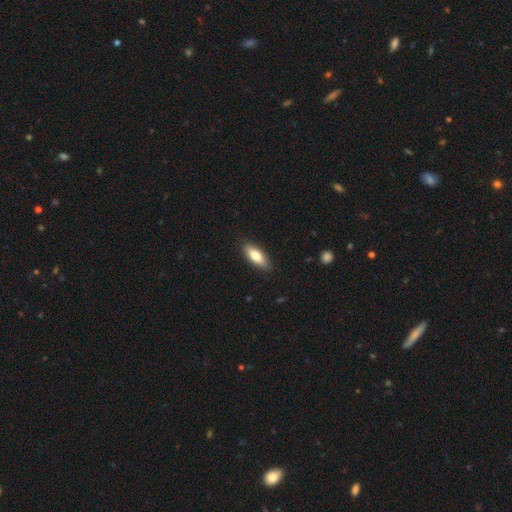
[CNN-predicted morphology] Smooth or featured: smooth — 79% (featured or disk — 15%)
How rounded: in between — 72% (cigar-shaped — 26%)
Merging: none — 88% (minor disturbance — 9%)